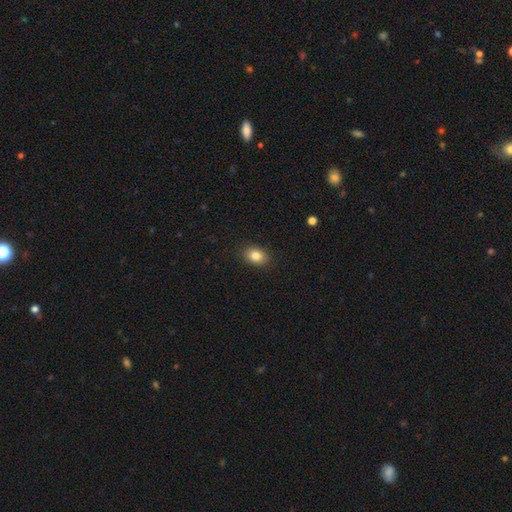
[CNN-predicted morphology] Smooth or featured?
  - smooth: 85% *
  - star or artifact: 9%
  - featured or disk: 6%
How rounded?
  - in between: 72% *
  - round: 27%
  - cigar-shaped: 1%
Merging?
  - none: 89% *
  - minor disturbance: 8%
  - major disturbance: 2%
  - merger: 1%